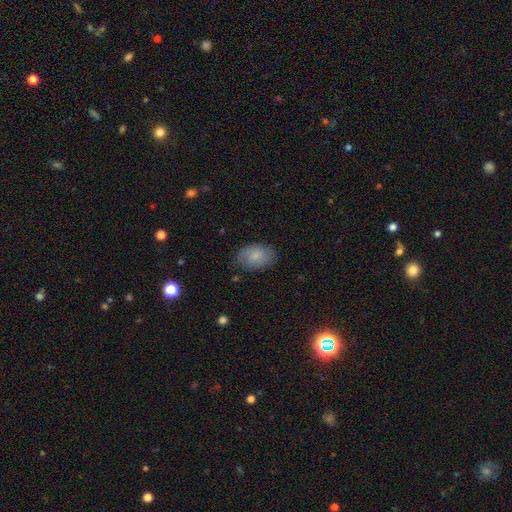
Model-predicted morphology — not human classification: Smooth or featured? smooth (74%)
How rounded? in between (86%)
Merging? none (75%)